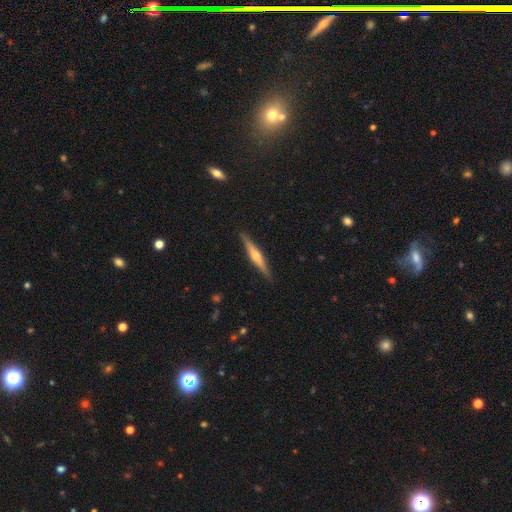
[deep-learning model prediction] A featured or disk galaxy (67%) viewed edge-on (98%) with a rounded central bulge (86%).

Vote fractions:
- Smooth or featured? featured or disk: 67% / smooth: 27% / star or artifact: 6%
- Edge-on disk? yes: 98% / no: 2%
- Edge-on bulge? rounded: 86% / none: 7% / boxy: 7%
- Merging? none: 90% / minor disturbance: 7% / major disturbance: 1% / merger: 1%